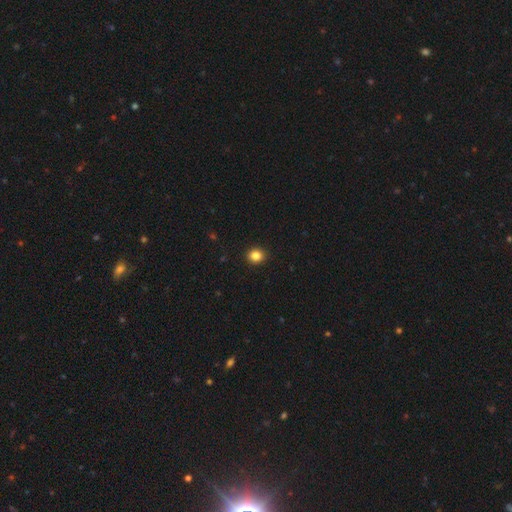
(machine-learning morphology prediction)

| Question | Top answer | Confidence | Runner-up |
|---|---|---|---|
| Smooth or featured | smooth | 85% | star or artifact (11%) |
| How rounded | round | 81% | in between (18%) |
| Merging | none | 93% | minor disturbance (5%) |